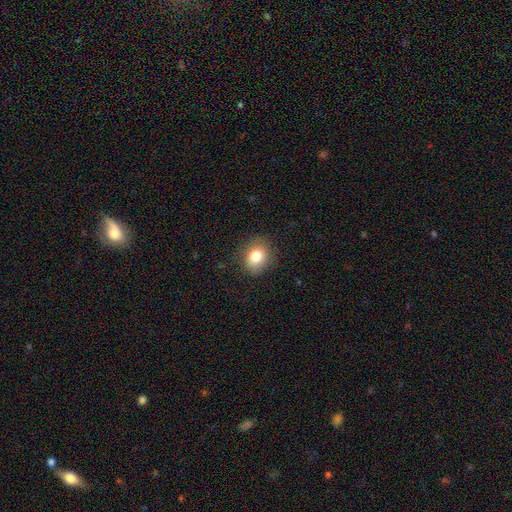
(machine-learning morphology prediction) A smooth galaxy with no disk features (82%) that is round (57%).

Vote fractions:
- Smooth or featured? smooth: 82% / star or artifact: 10% / featured or disk: 8%
- How rounded? round: 57% / in between: 43% / cigar-shaped: 1%
- Merging? none: 84% / minor disturbance: 12% / major disturbance: 3% / merger: 1%